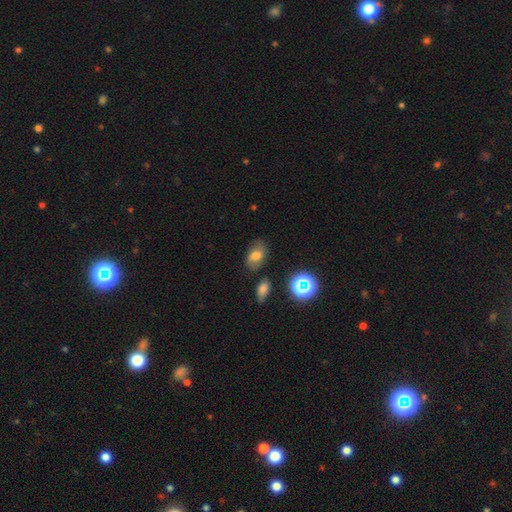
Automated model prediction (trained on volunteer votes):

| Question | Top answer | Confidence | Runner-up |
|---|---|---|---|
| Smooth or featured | smooth | 57% | featured or disk (28%) |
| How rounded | in between | 82% | round (17%) |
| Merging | none | 71% | minor disturbance (19%) |